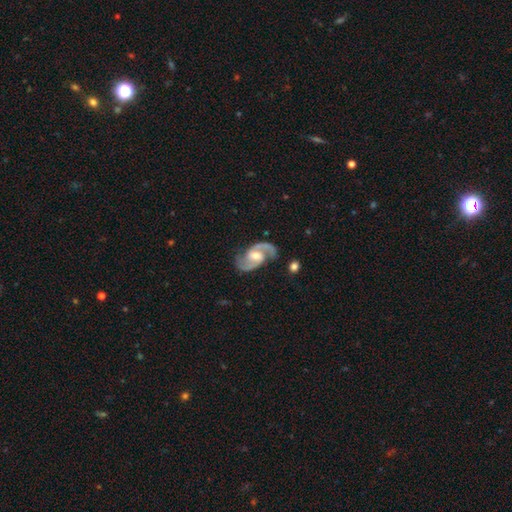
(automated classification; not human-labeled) This is clearly a featured or disk galaxy (92%). It is clearly not viewed edge-on (98%). Bar: possibly weak (51%). Spiral arm pattern: clearly yes (98%). Spiral arm count: clearly 2 (94%). Spiral winding: likely medium (64%). Central bulge: likely moderate (65%). Merging: clearly none (81%).